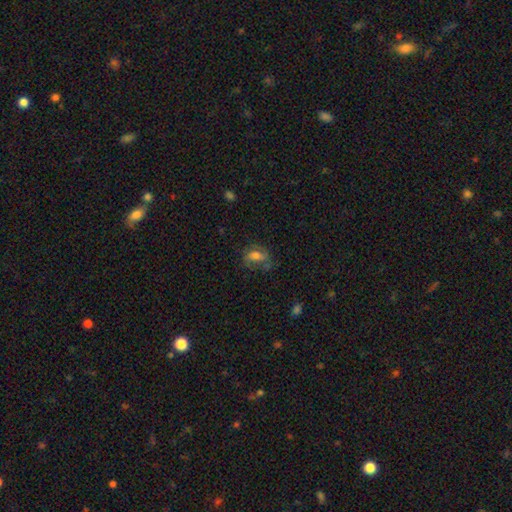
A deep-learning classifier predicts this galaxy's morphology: This is possibly a smooth galaxy (48%). Merging: possibly none (55%).